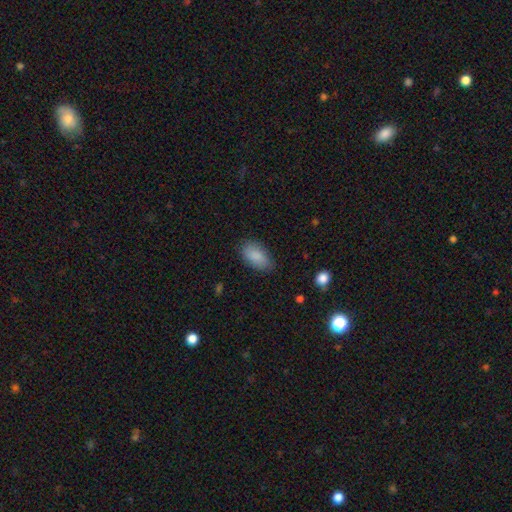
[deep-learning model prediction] Smooth or featured? Predicted: smooth (p=0.88). How rounded? Predicted: in between (p=0.93). Merging? Predicted: none (p=0.79).